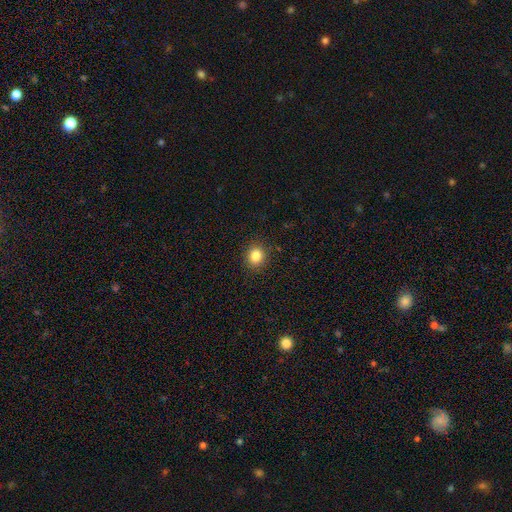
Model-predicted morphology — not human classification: smooth 84%, star or artifact 11%, featured or disk 5%. Down the decision tree: how rounded — round (83%); merging — none (91%).